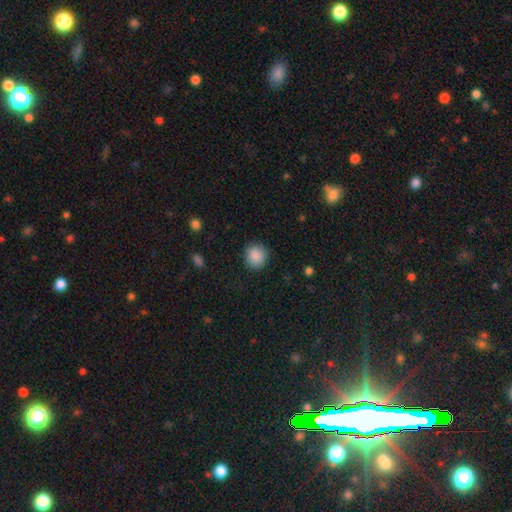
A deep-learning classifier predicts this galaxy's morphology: type=smooth (89%); roundness=round (88%); merging=none (88%).